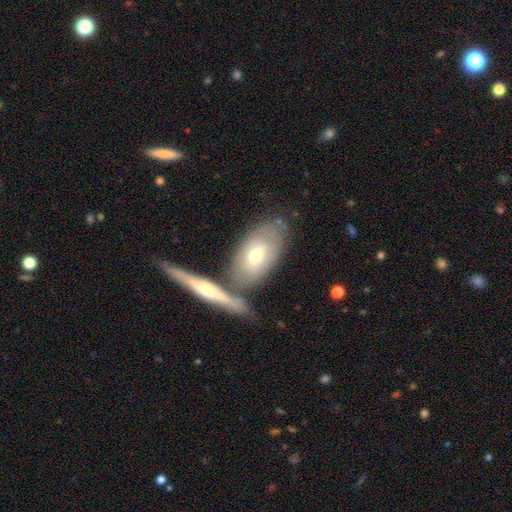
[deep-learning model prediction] Smooth or featured: smooth — 57% (featured or disk — 36%)
How rounded: in between — 84% (cigar-shaped — 11%)
Merging: none — 54% (merger — 25%)